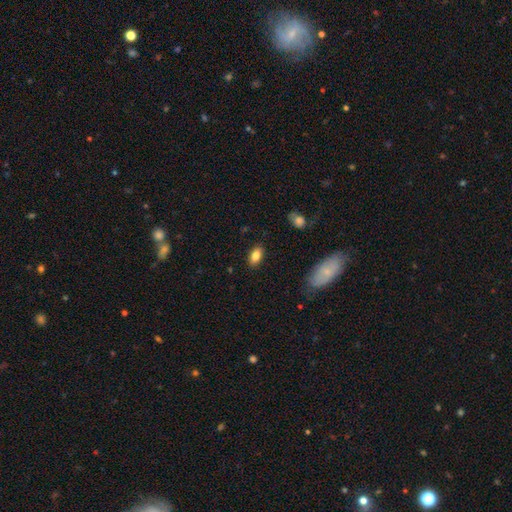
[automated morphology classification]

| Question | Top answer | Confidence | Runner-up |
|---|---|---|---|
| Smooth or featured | smooth | 82% | featured or disk (10%) |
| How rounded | in between | 89% | round (6%) |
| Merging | none | 87% | minor disturbance (10%) |